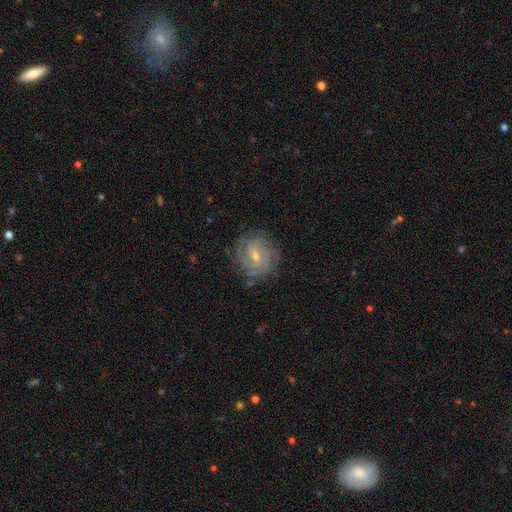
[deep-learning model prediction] smooth_or_featured: featured or disk (p=0.83) [alt: smooth p=0.09]
disk_edge_on: no (p=0.98) [alt: yes p=0.02]
bar: weak (p=0.49) [alt: no p=0.37]
has_spiral_arms: yes (p=0.97) [alt: no p=0.03]
spiral_winding: tight (p=0.72) [alt: medium p=0.24]
spiral_arm_count: can't tell (p=0.25) [alt: 3 p=0.24]
bulge_size: small (p=0.64) [alt: moderate p=0.32]
merging: none (p=0.82) [alt: minor disturbance p=0.13]